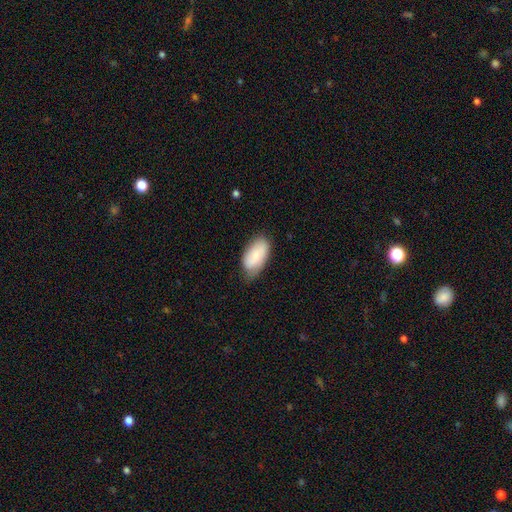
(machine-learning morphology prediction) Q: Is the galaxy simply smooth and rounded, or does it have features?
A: smooth — 71%.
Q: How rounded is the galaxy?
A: in between — 94%.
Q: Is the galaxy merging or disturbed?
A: none — 63%.